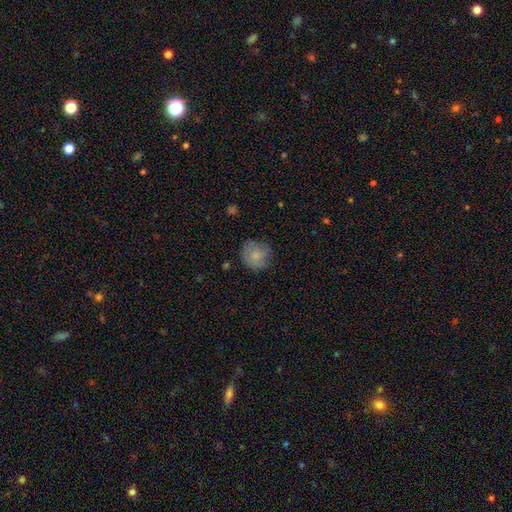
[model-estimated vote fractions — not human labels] The model was most divided on "merging": none: 74%, minor disturbance: 20%, major disturbance: 5%, merger: 1%. More confident: how rounded — round (86%); smooth or featured — smooth (80%).